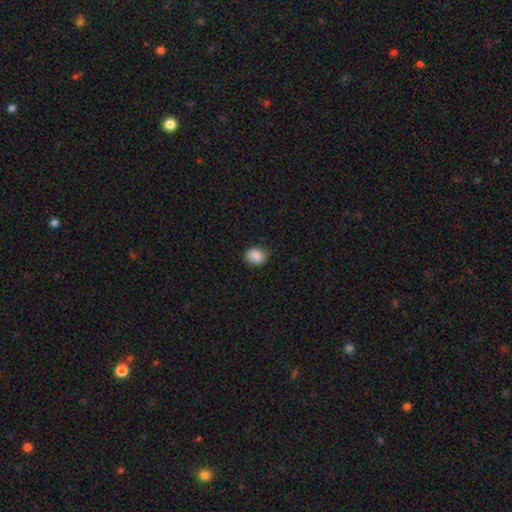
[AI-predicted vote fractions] smooth 86%, star or artifact 8%, featured or disk 6%. Down the decision tree: how rounded — round (60%); merging — none (78%).